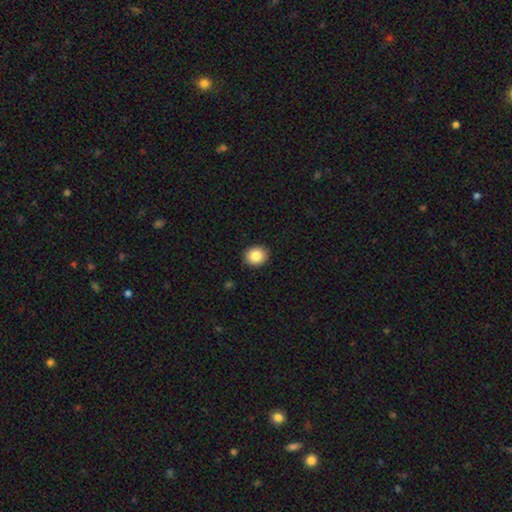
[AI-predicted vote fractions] A smooth galaxy with no disk features (85%) that is round (77%).

Vote fractions:
- Smooth or featured? smooth: 85% / star or artifact: 9% / featured or disk: 6%
- How rounded? round: 77% / in between: 22% / cigar-shaped: 1%
- Merging? none: 92% / minor disturbance: 6% / major disturbance: 2% / merger: 1%